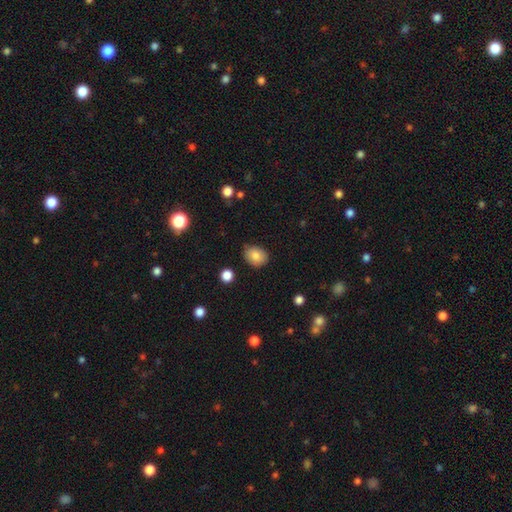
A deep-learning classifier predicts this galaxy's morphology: smooth_or_featured: smooth (p=0.82) [alt: star or artifact p=0.09]
how_rounded: in between (p=0.53) [alt: round p=0.46]
merging: none (p=0.79) [alt: minor disturbance p=0.16]